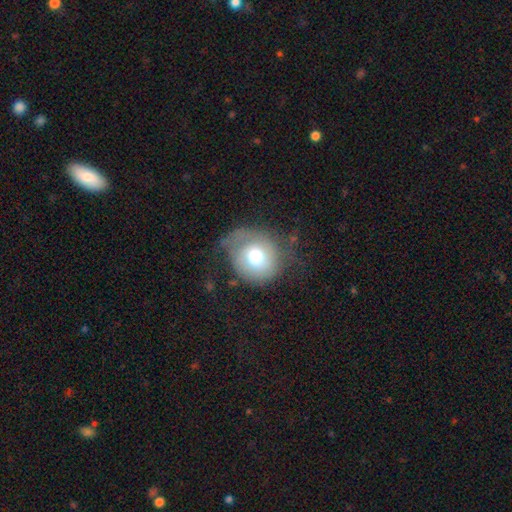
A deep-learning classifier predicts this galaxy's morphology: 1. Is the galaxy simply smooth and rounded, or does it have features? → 60% smooth, 31% featured or disk, 9% star or artifact.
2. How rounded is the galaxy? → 82% round, 17% in between, 1% cigar-shaped.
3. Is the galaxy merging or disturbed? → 43% none, 30% minor disturbance, 24% major disturbance, 2% merger.